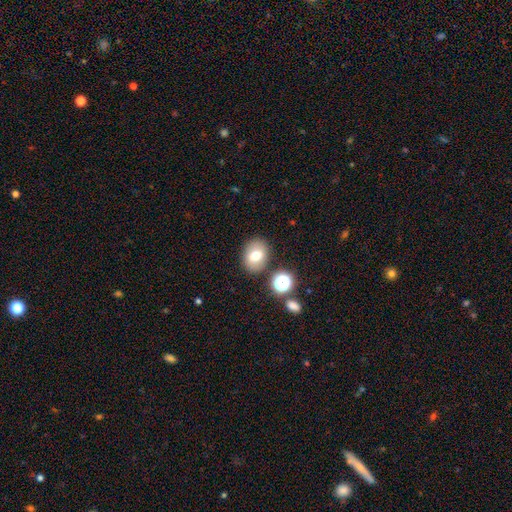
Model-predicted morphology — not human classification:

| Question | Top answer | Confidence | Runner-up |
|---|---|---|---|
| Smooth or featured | smooth | 72% | featured or disk (17%) |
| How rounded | in between | 57% | round (42%) |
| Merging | none | 81% | minor disturbance (10%) |